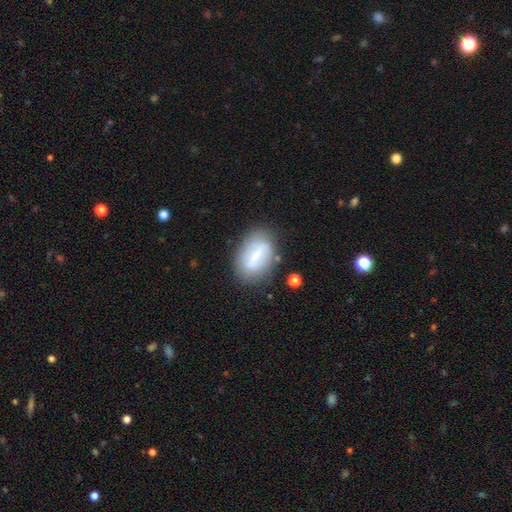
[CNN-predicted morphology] This is possibly a featured or disk galaxy (51%). It is clearly not viewed edge-on (88%). Merging: likely none (78%).